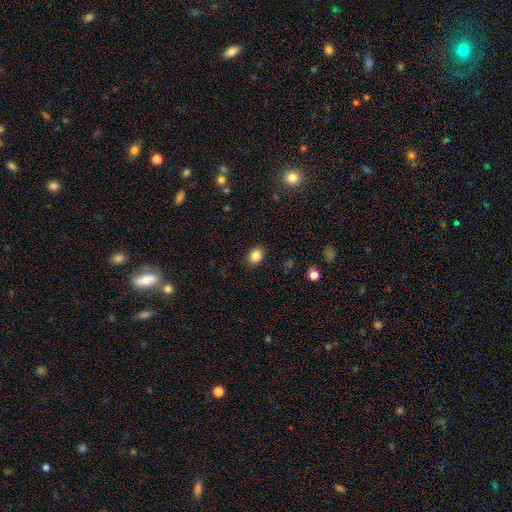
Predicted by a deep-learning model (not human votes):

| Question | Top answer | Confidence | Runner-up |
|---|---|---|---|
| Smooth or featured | smooth | 85% | star or artifact (10%) |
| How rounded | in between | 72% | round (27%) |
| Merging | none | 87% | minor disturbance (9%) |